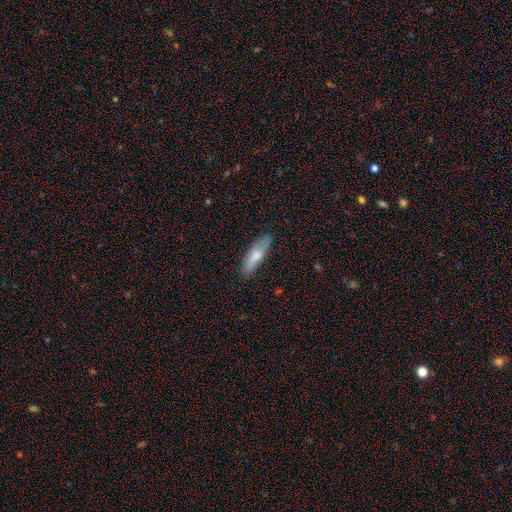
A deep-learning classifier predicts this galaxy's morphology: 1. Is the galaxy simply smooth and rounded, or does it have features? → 71% smooth, 24% featured or disk, 6% star or artifact.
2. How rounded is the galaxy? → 57% cigar-shaped, 41% in between, 2% round.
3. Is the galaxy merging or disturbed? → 84% none, 13% minor disturbance, 3% major disturbance, 1% merger.